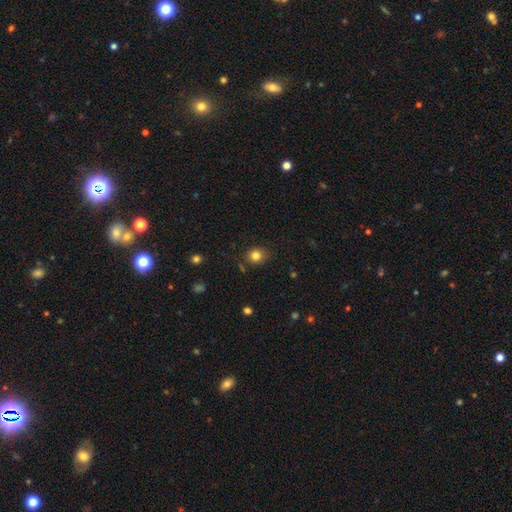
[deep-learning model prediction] smooth-or-featured: smooth: 81% | star or artifact: 12% | featured or disk: 6%
  how-rounded: round: 77% | in between: 23% | cigar-shaped: 1%
  merging: none: 82% | minor disturbance: 12% | major disturbance: 3% | merger: 3%